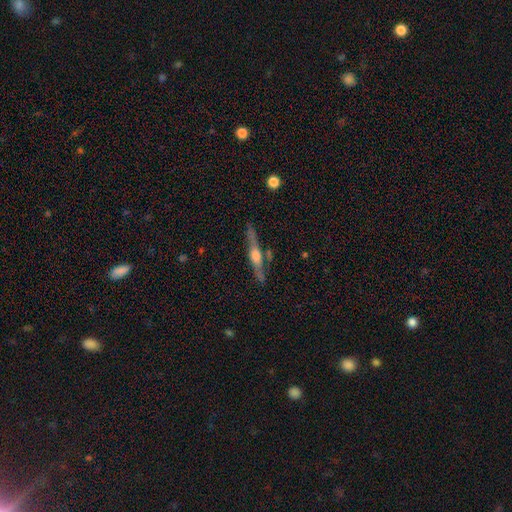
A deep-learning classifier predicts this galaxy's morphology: Smooth or featured?
  - featured or disk: 74% *
  - smooth: 20%
  - star or artifact: 6%
Edge-on disk?
  - yes: 95% *
  - no: 5%
Edge-on bulge?
  - rounded: 83% *
  - boxy: 11%
  - none: 6%
Merging?
  - none: 82% *
  - minor disturbance: 12%
  - merger: 4%
  - major disturbance: 3%